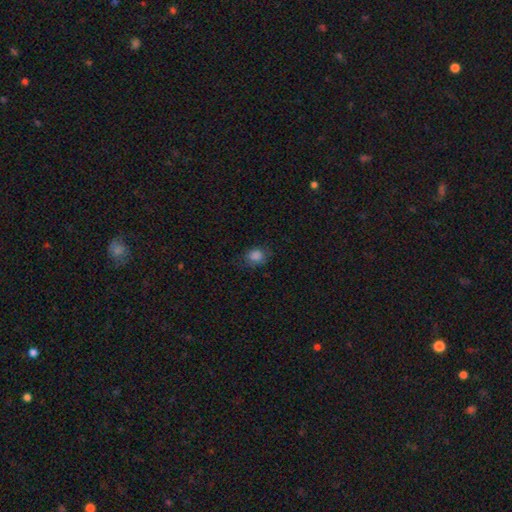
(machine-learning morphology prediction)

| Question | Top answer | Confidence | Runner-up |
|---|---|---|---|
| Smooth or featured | smooth | 84% | star or artifact (12%) |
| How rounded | round | 58% | in between (41%) |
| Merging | none | 72% | minor disturbance (21%) |